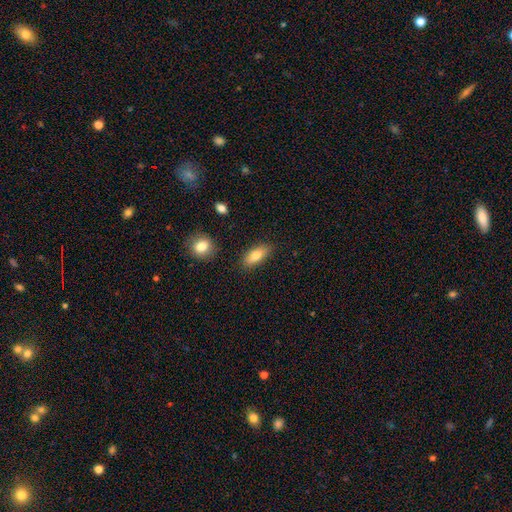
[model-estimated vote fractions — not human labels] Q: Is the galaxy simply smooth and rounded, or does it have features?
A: smooth — 79%.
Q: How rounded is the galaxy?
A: in between — 83%.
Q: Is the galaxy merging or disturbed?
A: none — 82%.